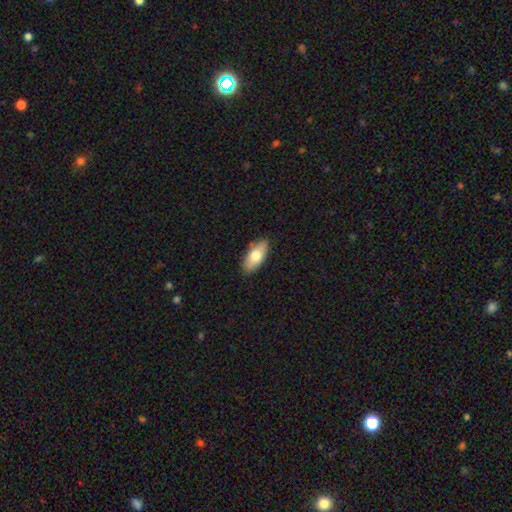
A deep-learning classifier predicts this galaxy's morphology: This is likely a smooth galaxy (74%). How rounded: clearly in between (87%). Merging: clearly none (86%).